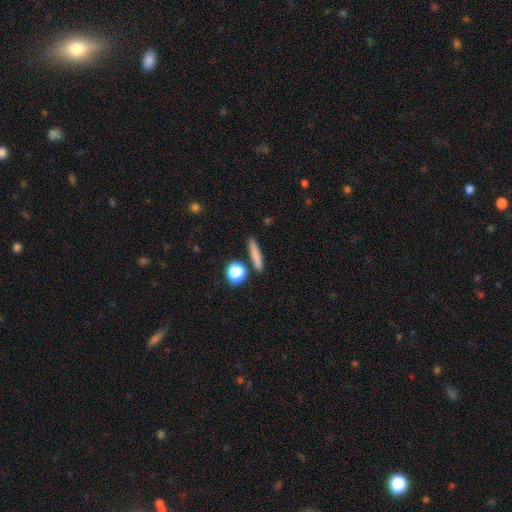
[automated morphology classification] Smooth or featured?
  - smooth: 78% *
  - featured or disk: 12%
  - star or artifact: 9%
How rounded?
  - cigar-shaped: 78% *
  - in between: 11%
  - round: 11%
Merging?
  - none: 86% *
  - minor disturbance: 7%
  - merger: 4%
  - major disturbance: 2%